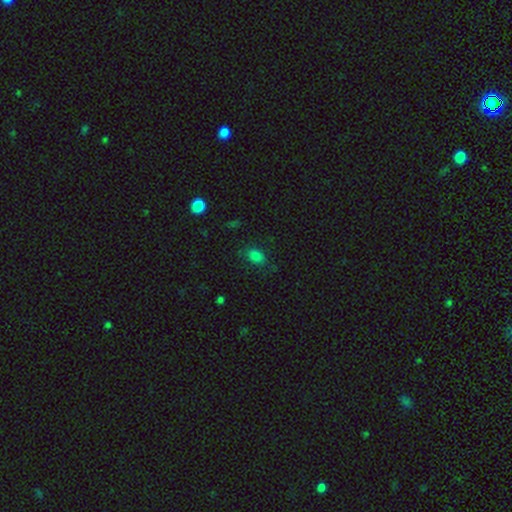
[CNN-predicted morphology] smooth 80%, star or artifact 14%, featured or disk 6%. Down the decision tree: how rounded — in between (78%); merging — none (75%).